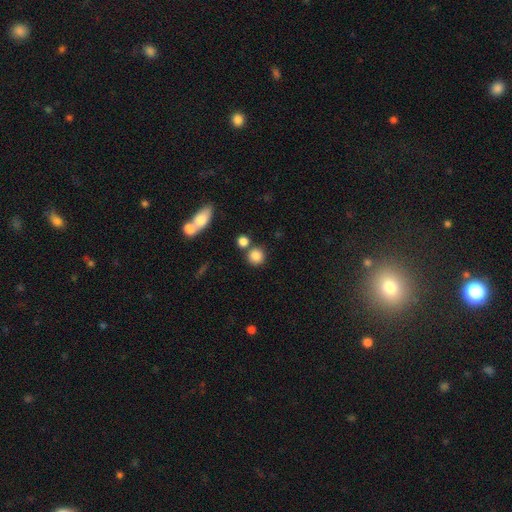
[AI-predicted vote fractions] Morphology: type=smooth (84%); roundness=round (89%); merging=none (71%).